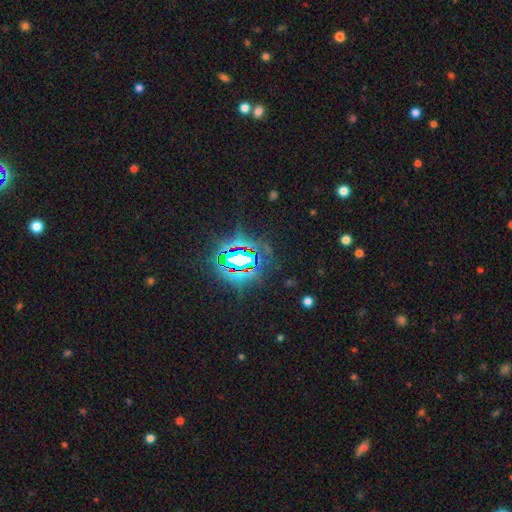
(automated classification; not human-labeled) Q: Smooth or featured?
A: star or artifact (83%); runner-up: smooth (10%)